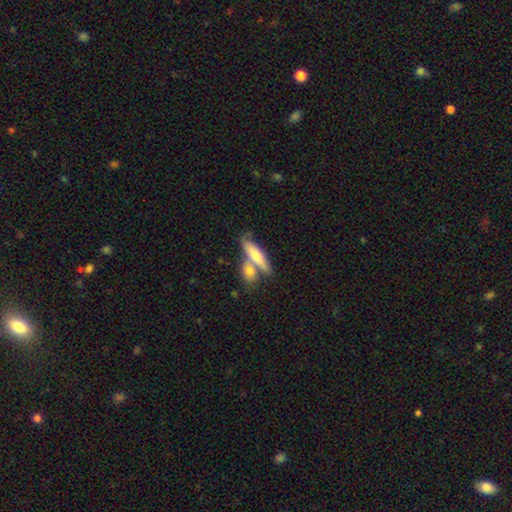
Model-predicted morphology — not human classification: Smooth or featured?
  - smooth: 61% *
  - featured or disk: 34%
  - star or artifact: 6%
How rounded?
  - cigar-shaped: 61% *
  - in between: 35%
  - round: 4%
Merging?
  - none: 44% *
  - merger: 41%
  - minor disturbance: 11%
  - major disturbance: 4%